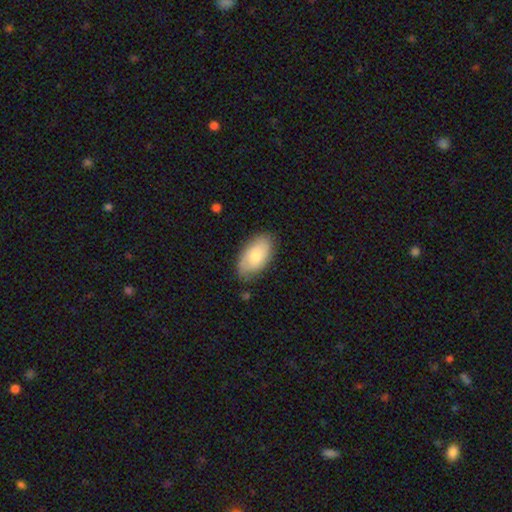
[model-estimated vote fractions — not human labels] This appears to be a smooth galaxy with no disk features (72%) that is in between round and cigar-shaped (95%). Merging: none (76%).